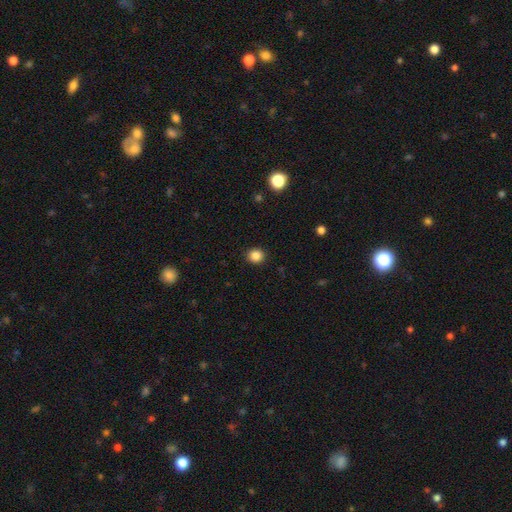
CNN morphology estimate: smooth_or_featured: smooth (p=0.86) [alt: star or artifact p=0.11]
how_rounded: round (p=0.86) [alt: in between p=0.13]
merging: none (p=0.92) [alt: minor disturbance p=0.05]